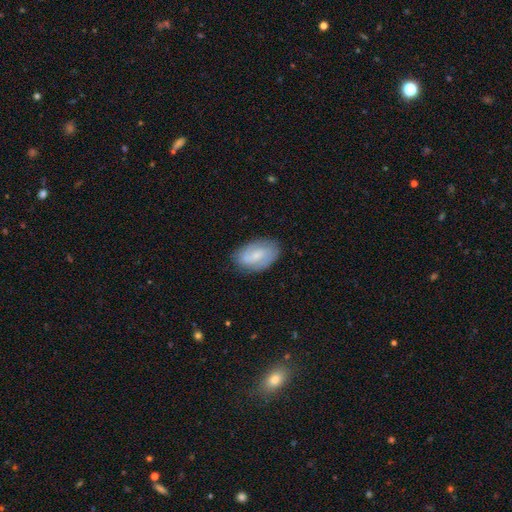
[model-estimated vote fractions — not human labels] Smooth or featured: smooth — 53% (featured or disk — 40%)
How rounded: in between — 91% (round — 6%)
Merging: none — 78% (minor disturbance — 17%)